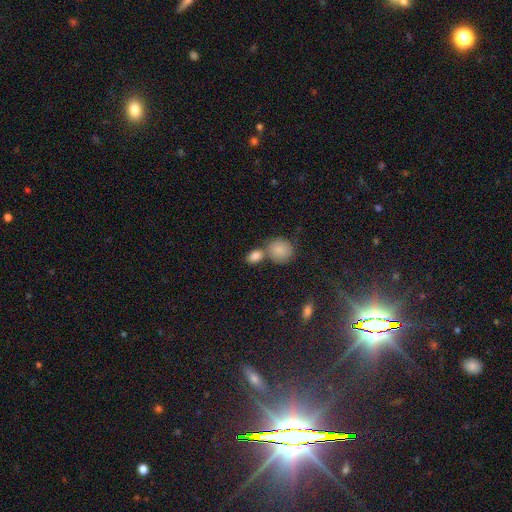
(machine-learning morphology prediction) smooth-or-featured: smooth: 84% | star or artifact: 9% | featured or disk: 7%
  how-rounded: in between: 69% | round: 28% | cigar-shaped: 2%
  merging: none: 45% | merger: 41% | minor disturbance: 10% | major disturbance: 4%